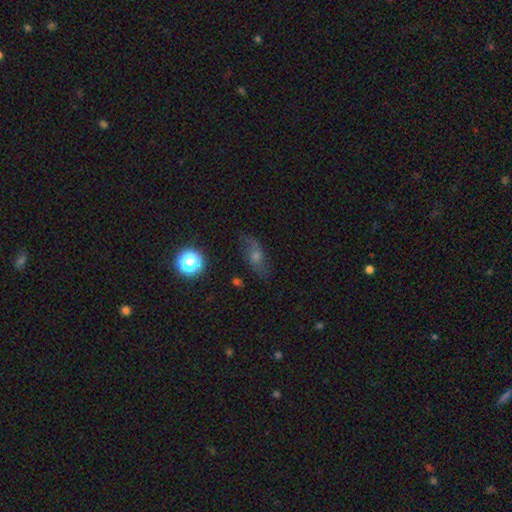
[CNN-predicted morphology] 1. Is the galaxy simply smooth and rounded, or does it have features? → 47% featured or disk, 34% smooth, 19% star or artifact.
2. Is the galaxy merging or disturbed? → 75% none, 17% minor disturbance, 7% major disturbance, 2% merger.